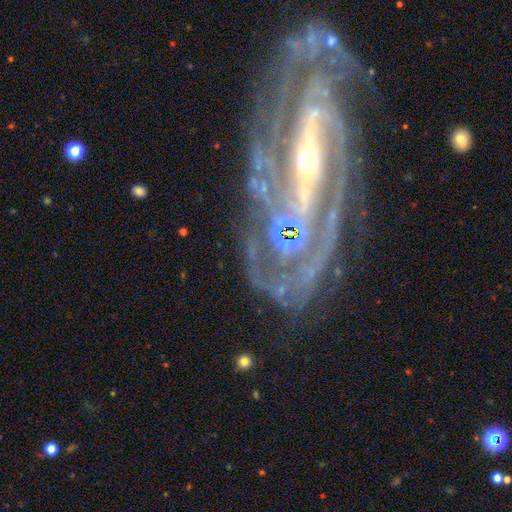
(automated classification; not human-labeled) smooth_or_featured: featured or disk (p=0.91) [alt: star or artifact p=0.05]
disk_edge_on: no (p=0.93) [alt: yes p=0.07]
bar: strong (p=0.51) [alt: weak p=0.27]
has_spiral_arms: yes (p=0.97) [alt: no p=0.03]
spiral_winding: tight (p=0.58) [alt: medium p=0.34]
spiral_arm_count: 2 (p=0.45) [alt: 3 p=0.19]
bulge_size: small (p=0.59) [alt: moderate p=0.35]
merging: none (p=0.71) [alt: minor disturbance p=0.16]